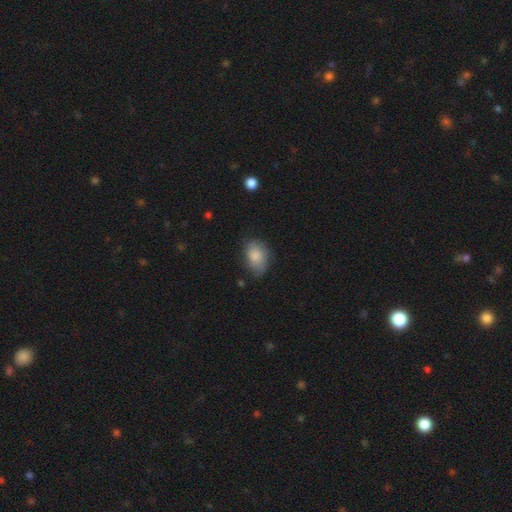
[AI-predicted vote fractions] smooth_or_featured: smooth (p=0.83) [alt: featured or disk p=0.10]
how_rounded: in between (p=0.82) [alt: round p=0.17]
merging: none (p=0.65) [alt: minor disturbance p=0.27]